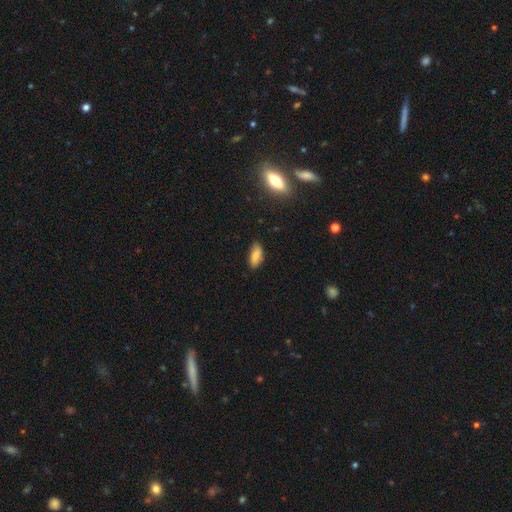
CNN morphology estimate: smooth-or-featured: smooth: 81% | featured or disk: 10% | star or artifact: 9%
  how-rounded: in between: 85% | cigar-shaped: 13% | round: 3%
  merging: none: 79% | minor disturbance: 17% | major disturbance: 3% | merger: 1%